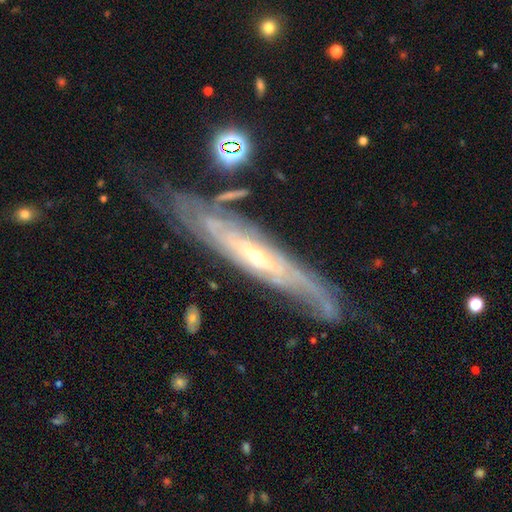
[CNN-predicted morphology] featured or disk 84%, smooth 10%, star or artifact 6%. Down the decision tree: edge-on disk — no (53%); merging — none (70%).